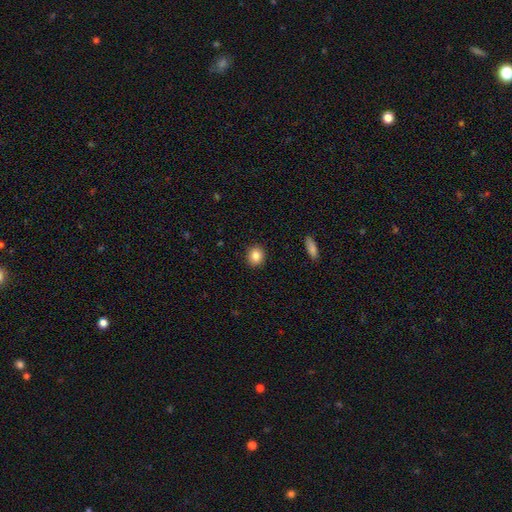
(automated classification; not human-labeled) Smooth or featured?
  - smooth: 85% *
  - star or artifact: 9%
  - featured or disk: 6%
How rounded?
  - round: 75% *
  - in between: 24%
  - cigar-shaped: 1%
Merging?
  - none: 91% *
  - minor disturbance: 6%
  - major disturbance: 2%
  - merger: 1%